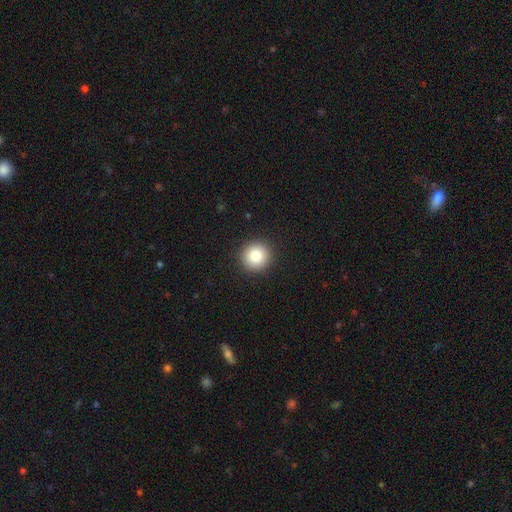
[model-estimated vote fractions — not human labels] Overall: smooth (85%). How rounded: round (94%). Merging: none (92%).